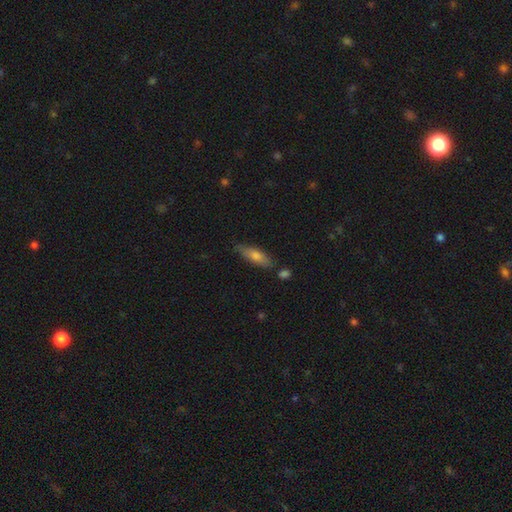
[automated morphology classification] A smooth galaxy with no disk features (63%) that is cigar-shaped (62%).

Vote fractions:
- Smooth or featured? smooth: 63% / featured or disk: 29% / star or artifact: 8%
- How rounded? cigar-shaped: 62% / in between: 36% / round: 2%
- Merging? none: 80% / minor disturbance: 14% / merger: 4% / major disturbance: 3%